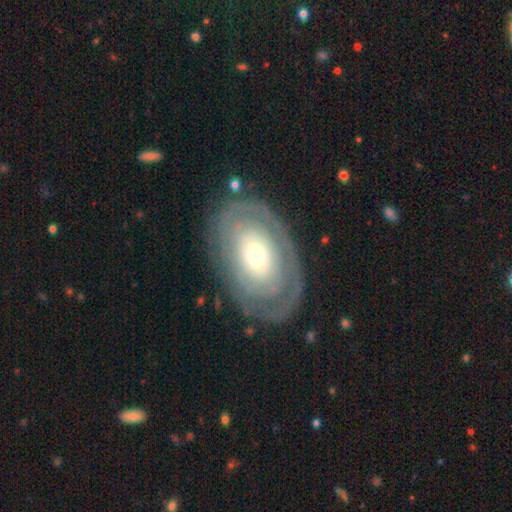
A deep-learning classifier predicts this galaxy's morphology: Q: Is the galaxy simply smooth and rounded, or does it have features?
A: featured or disk — 66%.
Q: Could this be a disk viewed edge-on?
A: no — 93%.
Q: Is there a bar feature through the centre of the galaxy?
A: no — 85%.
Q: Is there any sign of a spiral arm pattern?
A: no — 53%.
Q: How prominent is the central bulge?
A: moderate — 47%.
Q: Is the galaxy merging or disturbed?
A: none — 78%.